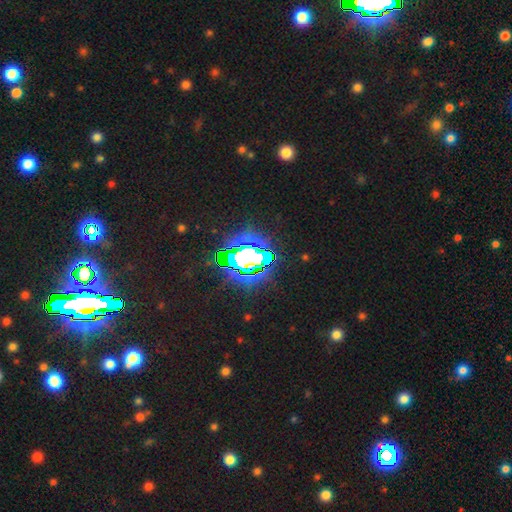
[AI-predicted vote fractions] Smooth or featured?
  - star or artifact: 73% *
  - smooth: 14%
  - featured or disk: 13%